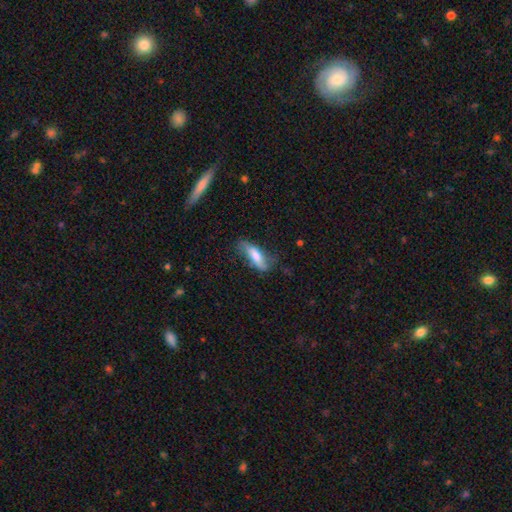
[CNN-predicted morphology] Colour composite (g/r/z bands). It shows a smooth galaxy with no disk features (64%) that is in between round and cigar-shaped (52%). Merging: none (56%).